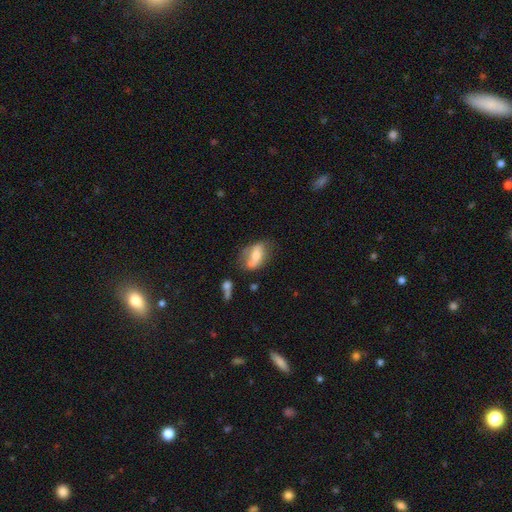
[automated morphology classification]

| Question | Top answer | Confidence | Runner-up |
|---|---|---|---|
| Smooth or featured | smooth | 57% | featured or disk (35%) |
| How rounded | in between | 87% | round (9%) |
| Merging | none | 45% | minor disturbance (30%) |